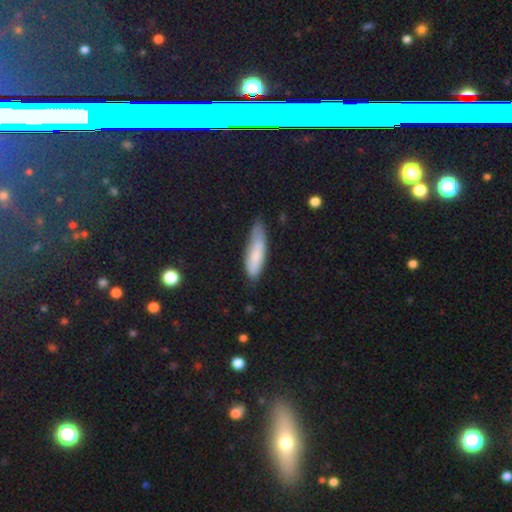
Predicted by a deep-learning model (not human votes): Morphology: type=smooth (77%); roundness=cigar-shaped (65%); merging=none (56%).